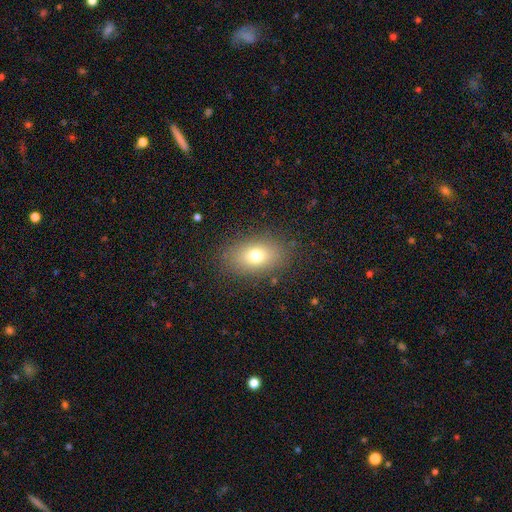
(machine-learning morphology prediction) smooth 74%, featured or disk 14%, star or artifact 12%. Down the decision tree: how rounded — in between (81%); merging — none (85%).